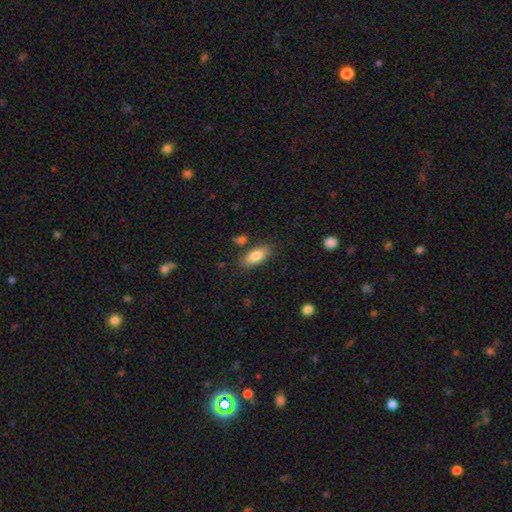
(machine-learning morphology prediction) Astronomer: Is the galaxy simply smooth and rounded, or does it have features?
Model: smooth — 84%.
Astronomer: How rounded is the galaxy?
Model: in between — 86%.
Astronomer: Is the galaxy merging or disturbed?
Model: none — 79%.